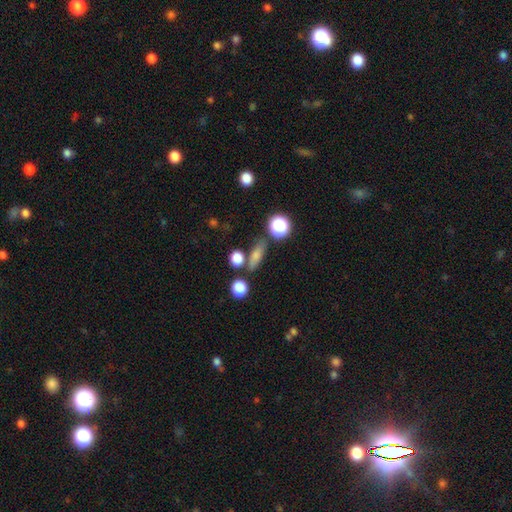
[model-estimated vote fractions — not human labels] smooth-or-featured: smooth: 72% | featured or disk: 15% | star or artifact: 13%
  how-rounded: in between: 47% | cigar-shaped: 37% | round: 16%
  merging: none: 75% | minor disturbance: 12% | merger: 9% | major disturbance: 4%